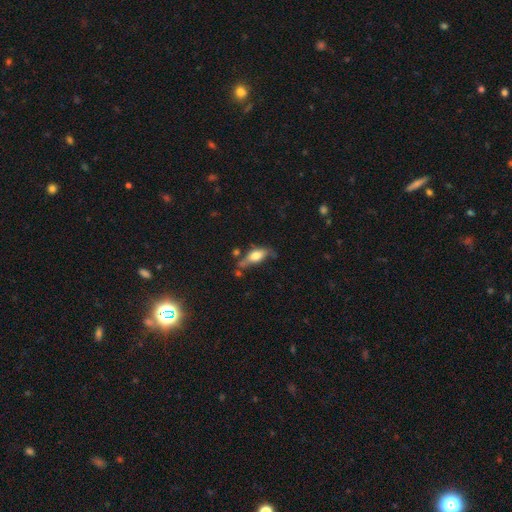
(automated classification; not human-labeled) A smooth galaxy with no disk features (62%) that is in between round and cigar-shaped (75%). Merging: none (43%).